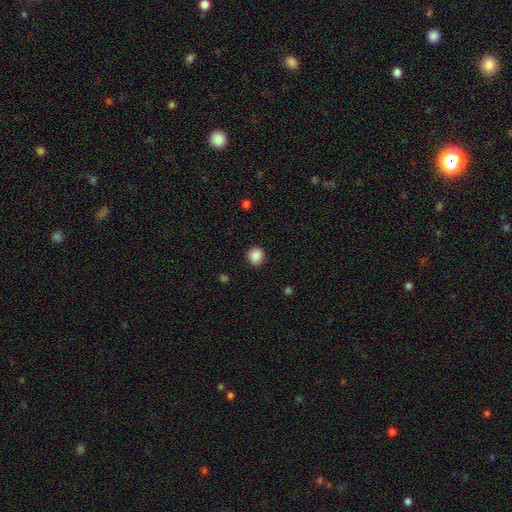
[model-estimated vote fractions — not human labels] Smooth or featured? Predicted: smooth (p=0.88). How rounded? Predicted: round (p=0.87). Merging? Predicted: none (p=0.90).